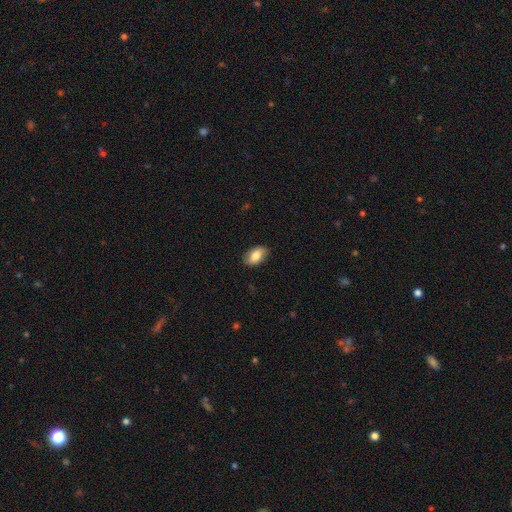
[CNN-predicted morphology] smooth-or-featured: smooth: 81% | featured or disk: 13% | star or artifact: 7%
  how-rounded: in between: 92% | round: 5% | cigar-shaped: 2%
  merging: none: 85% | minor disturbance: 12% | major disturbance: 2% | merger: 1%